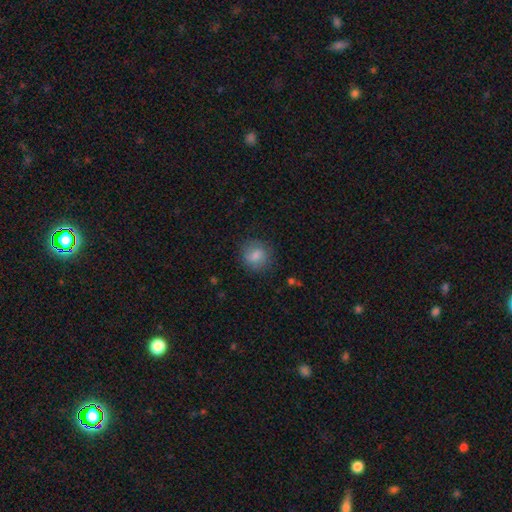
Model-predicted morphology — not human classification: Smooth or featured?
  - smooth: 81% *
  - featured or disk: 11%
  - star or artifact: 8%
How rounded?
  - round: 77% *
  - in between: 22%
  - cigar-shaped: 1%
Merging?
  - none: 79% *
  - minor disturbance: 15%
  - major disturbance: 5%
  - merger: 1%